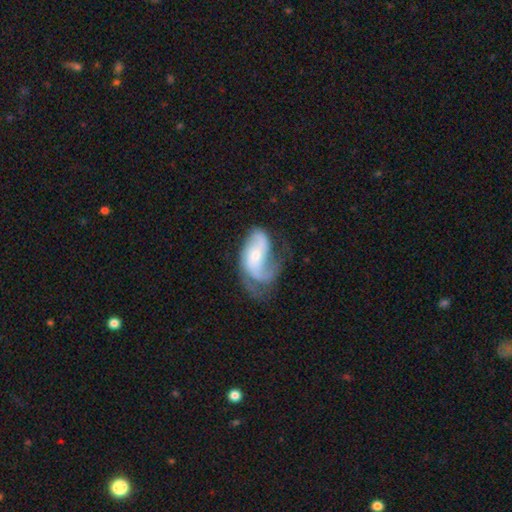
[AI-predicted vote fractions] smooth_or_featured: featured or disk (p=0.71) [alt: smooth p=0.23]
disk_edge_on: no (p=0.96) [alt: yes p=0.04]
bar: no (p=0.59) [alt: weak p=0.30]
has_spiral_arms: yes (p=0.87) [alt: no p=0.13]
spiral_winding: loose (p=0.41) [alt: medium p=0.40]
spiral_arm_count: 2 (p=0.53) [alt: 1 p=0.20]
bulge_size: small (p=0.54) [alt: moderate p=0.38]
merging: major disturbance (p=0.37) [alt: none p=0.34]